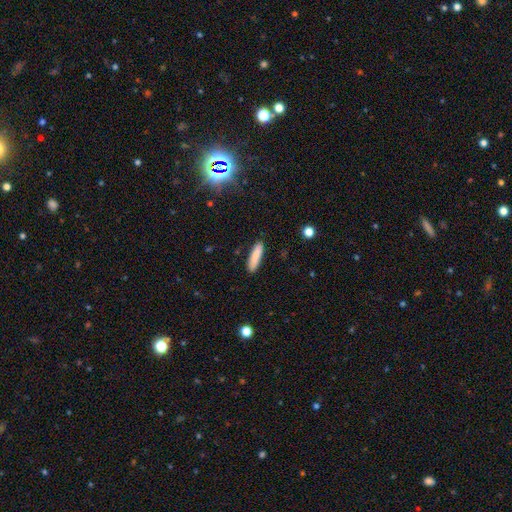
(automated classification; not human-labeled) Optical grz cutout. It shows a smooth galaxy with no disk features (85%) that is cigar-shaped (78%). Merging: none (89%).